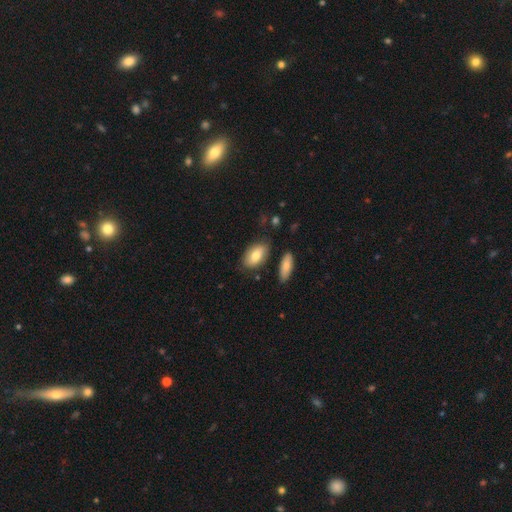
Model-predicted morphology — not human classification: This appears to be a smooth galaxy with no disk features (77%) that is in between round and cigar-shaped (92%). Merging: none (77%).